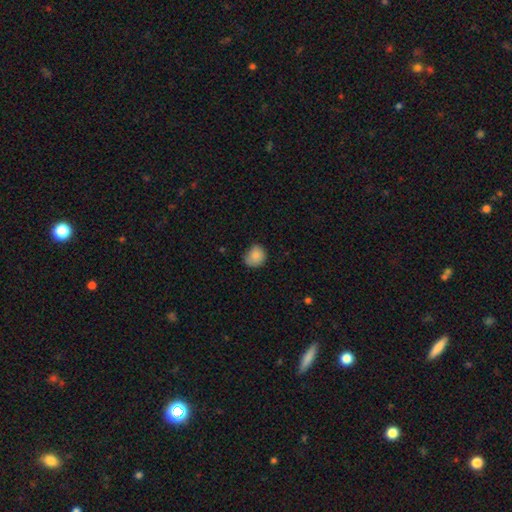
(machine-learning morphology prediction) type=smooth (83%); roundness=round (72%); merging=none (63%).